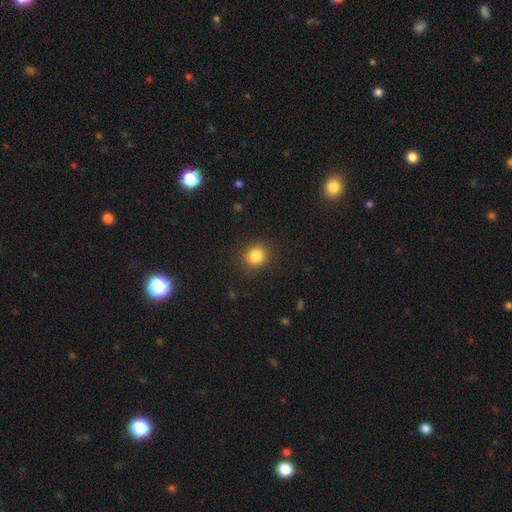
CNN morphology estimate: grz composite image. It shows a smooth galaxy with no disk features (83%) that is round (86%). Merging: none (86%).